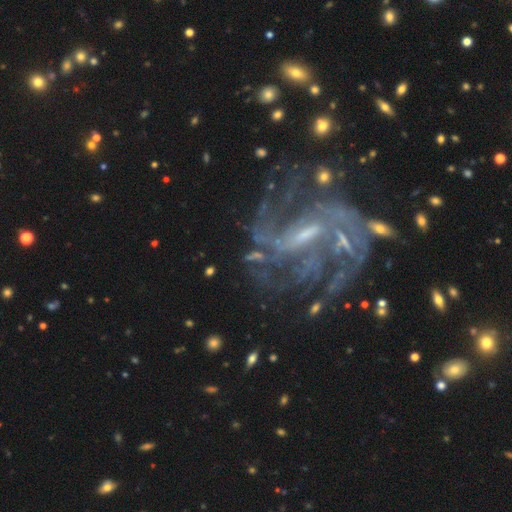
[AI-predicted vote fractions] Smooth or featured?
  - featured or disk: 86% *
  - star or artifact: 9%
  - smooth: 5%
Edge-on disk?
  - no: 97% *
  - yes: 3%
Bar?
  - weak: 43% *
  - strong: 38%
  - no: 19%
Spiral arms?
  - yes: 94% *
  - no: 6%
Spiral winding?
  - medium: 44% *
  - tight: 39%
  - loose: 18%
Spiral arm count?
  - can't tell: 27% *
  - 3: 18%
  - 4: 18%
  - 2: 16%
  - more than 4: 11%
  - 1: 9%
Bulge size?
  - small: 48% *
  - moderate: 28%
  - none: 19%
  - large: 4%
  - dominant: 1%
Merging?
  - none: 57% *
  - major disturbance: 20%
  - minor disturbance: 16%
  - merger: 7%